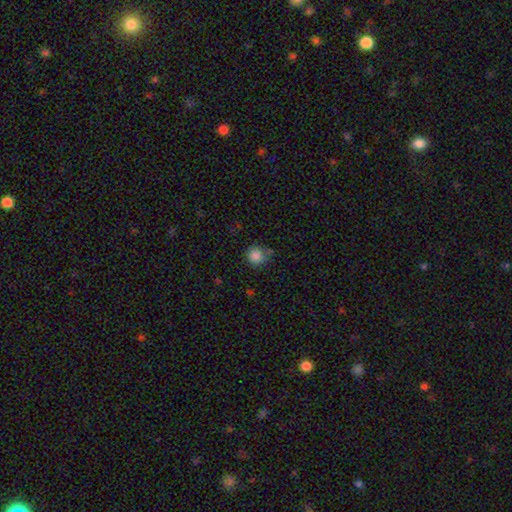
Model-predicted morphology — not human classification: This is clearly a smooth galaxy (86%). How rounded: clearly round (92%). Merging: likely none (71%).